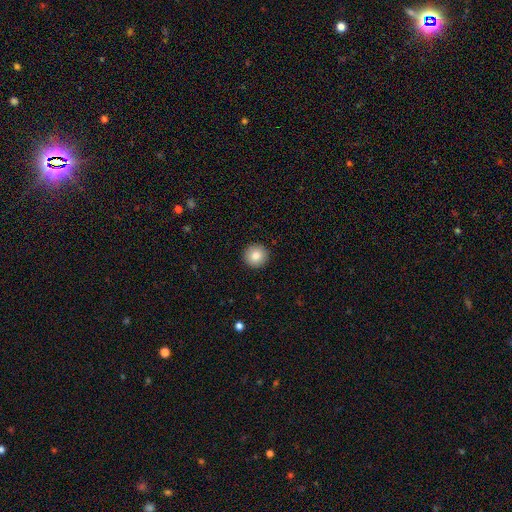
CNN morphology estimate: Smooth or featured? Predicted: smooth (p=0.85). How rounded? Predicted: round (p=0.95). Merging? Predicted: none (p=0.93).